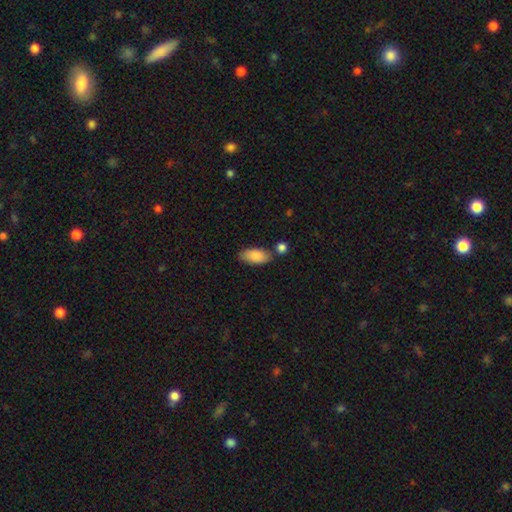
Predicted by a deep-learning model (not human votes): Morphology: type=smooth (87%); roundness=in between (90%); merging=none (68%).